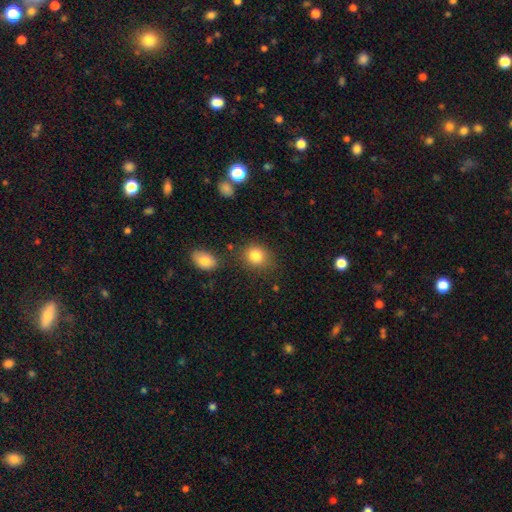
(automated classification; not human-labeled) smooth_or_featured: smooth (p=0.83) [alt: star or artifact p=0.10]
how_rounded: round (p=0.67) [alt: in between p=0.32]
merging: none (p=0.76) [alt: minor disturbance p=0.14]